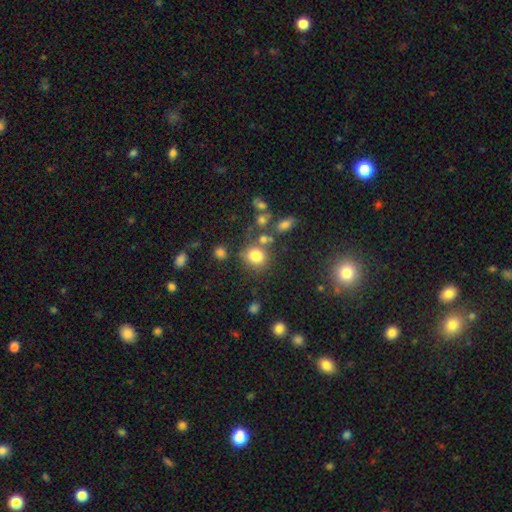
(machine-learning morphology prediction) This is likely a smooth galaxy (78%). How rounded: likely round (66%). Merging: likely none (62%).